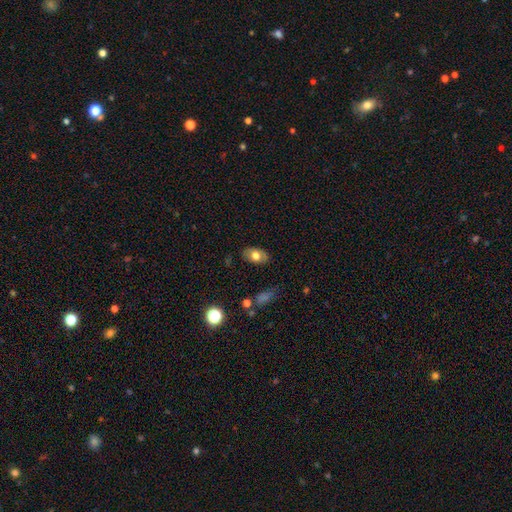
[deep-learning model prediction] A smooth galaxy with no disk features (69%) that is in between round and cigar-shaped (88%). Merging: none (81%).